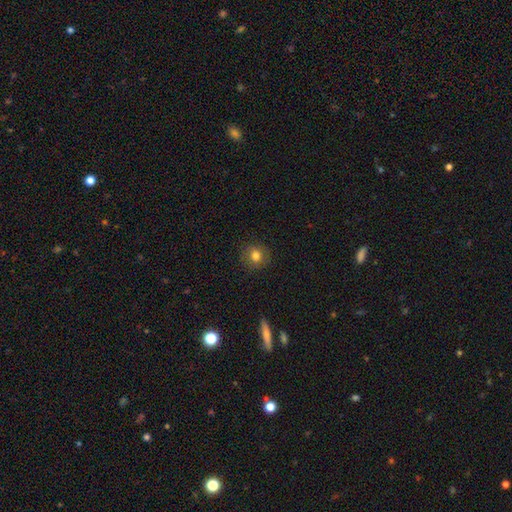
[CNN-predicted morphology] Smooth or featured: smooth — 78% (star or artifact — 11%)
How rounded: round — 87% (in between — 12%)
Merging: none — 87% (minor disturbance — 9%)